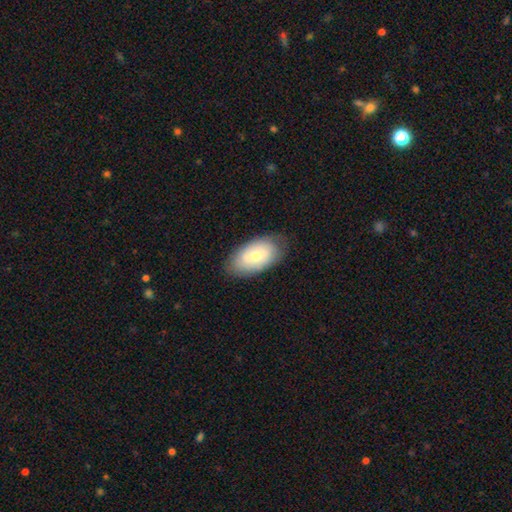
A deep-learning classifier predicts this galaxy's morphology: smooth-or-featured: smooth: 63% | featured or disk: 31% | star or artifact: 6%
  how-rounded: in between: 93% | round: 5% | cigar-shaped: 2%
  merging: none: 79% | minor disturbance: 16% | major disturbance: 4% | merger: 1%